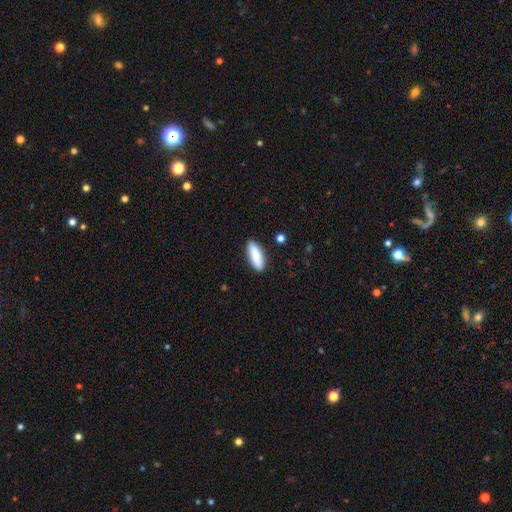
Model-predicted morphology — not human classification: A smooth galaxy with no disk features (87%) that is in between round and cigar-shaped (59%).

Vote fractions:
- Smooth or featured? smooth: 87% / featured or disk: 7% / star or artifact: 6%
- How rounded? in between: 59% / cigar-shaped: 39% / round: 2%
- Merging? none: 88% / minor disturbance: 9% / major disturbance: 2% / merger: 1%